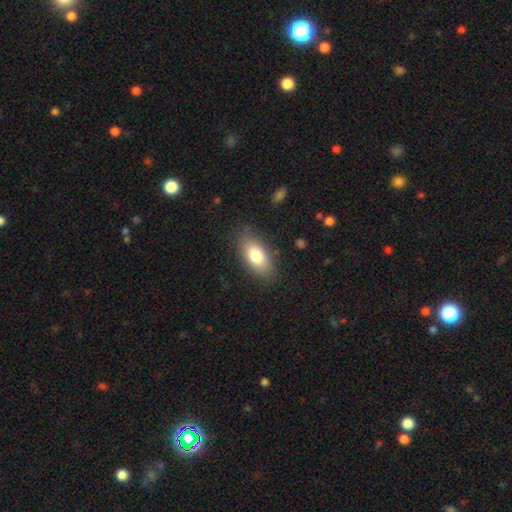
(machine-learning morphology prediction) This appears to be a smooth galaxy with no disk features (79%) that is in between round and cigar-shaped (90%). Merging: none (82%).